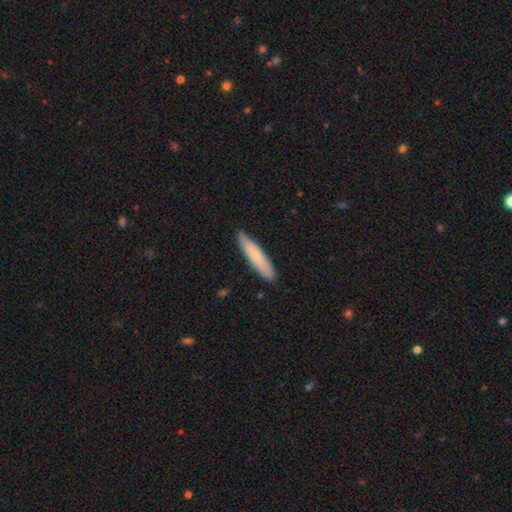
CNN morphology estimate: Q: Smooth or featured?
A: smooth (72%); runner-up: featured or disk (23%)
Q: How rounded?
A: cigar-shaped (85%); runner-up: in between (14%)
Q: Merging?
A: none (88%); runner-up: minor disturbance (10%)